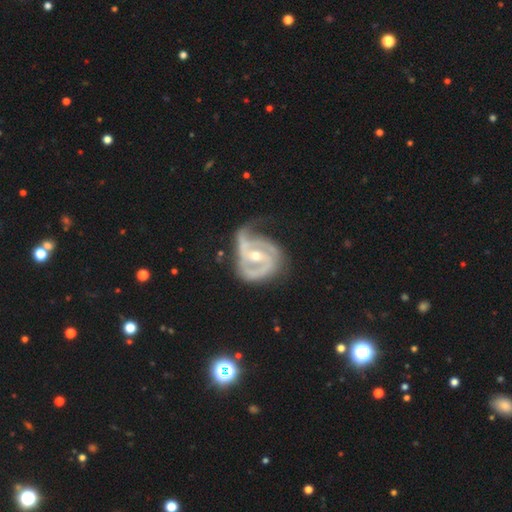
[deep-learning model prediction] A featured or disk galaxy (90%) with a weak bar (40%), 2 (48%) tight (46%) spiral arms (96%) and a moderate central bulge (50%). Merging: none (37%).